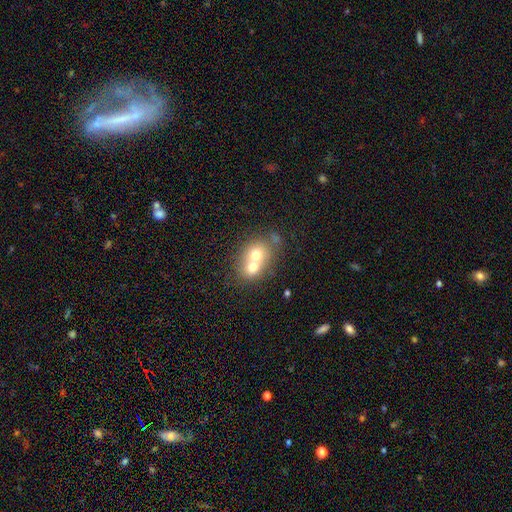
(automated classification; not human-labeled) Smooth or featured? Predicted: smooth (p=0.65). How rounded? Predicted: round (p=0.61). Merging? Predicted: merger (p=0.70).